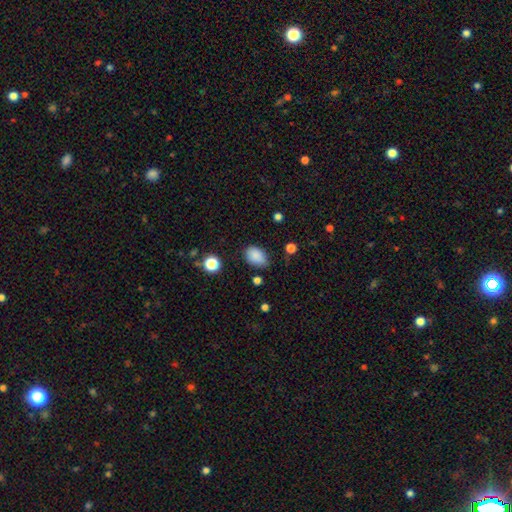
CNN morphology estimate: Smooth or featured: smooth — 86% (star or artifact — 9%)
How rounded: in between — 83% (round — 16%)
Merging: none — 73% (minor disturbance — 21%)